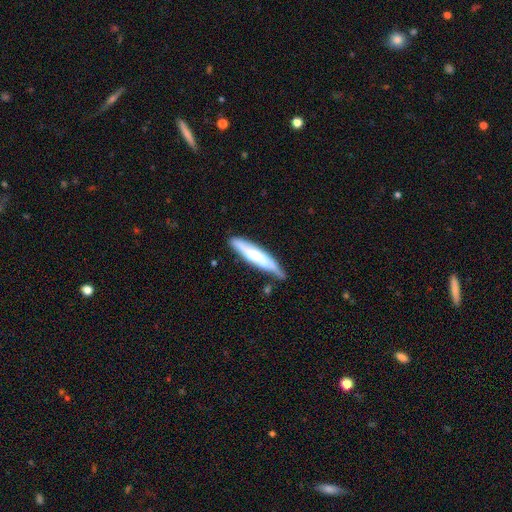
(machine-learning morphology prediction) Smooth or featured? smooth (52%)
How rounded? cigar-shaped (85%)
Merging? none (65%)